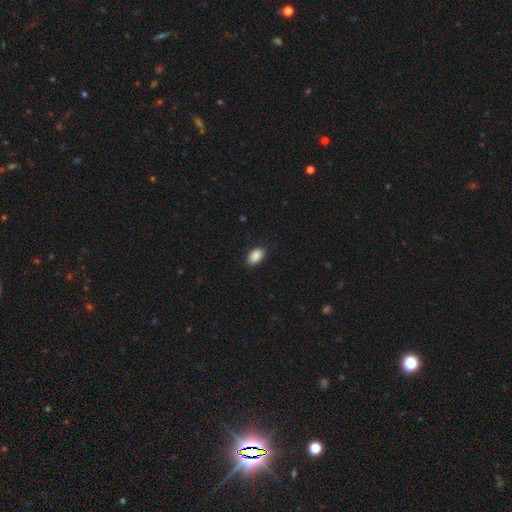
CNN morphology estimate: The model was most divided on "merging": none: 86%, minor disturbance: 11%, major disturbance: 2%, merger: 1%. More confident: how rounded — in between (92%); smooth or featured — smooth (89%).